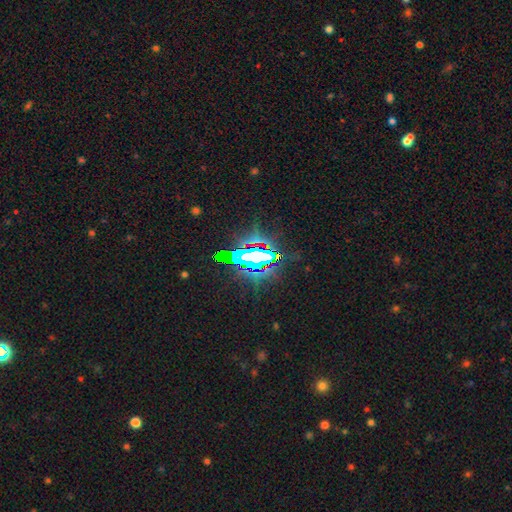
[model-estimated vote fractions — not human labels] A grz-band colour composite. It shows a star or artifact, not a galaxy (69%).